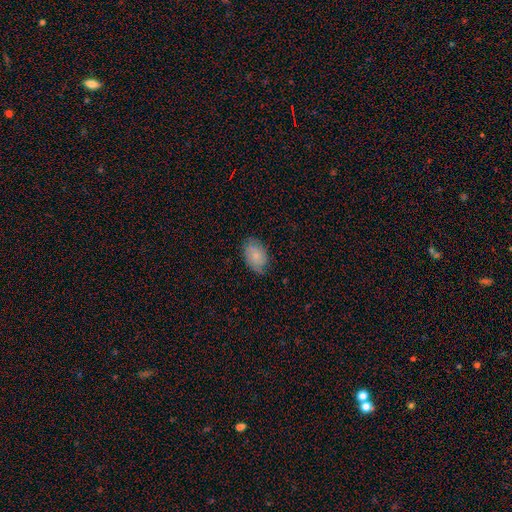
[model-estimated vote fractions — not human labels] Q: Smooth or featured?
A: smooth (63%); runner-up: featured or disk (30%)
Q: How rounded?
A: in between (88%); runner-up: round (11%)
Q: Merging?
A: none (74%); runner-up: minor disturbance (20%)